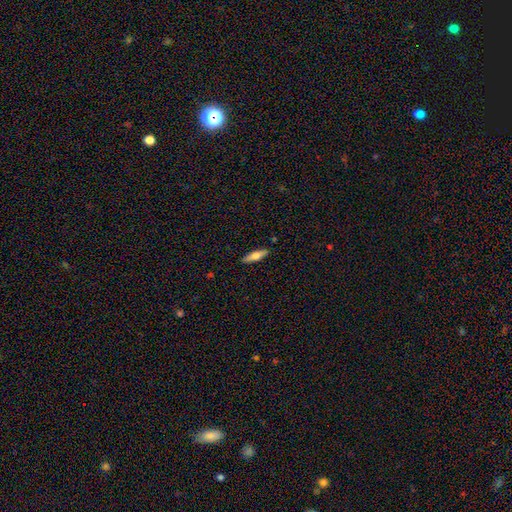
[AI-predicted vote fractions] smooth 56%, featured or disk 39%, star or artifact 6%. Down the decision tree: how rounded — cigar-shaped (69%); merging — none (90%).